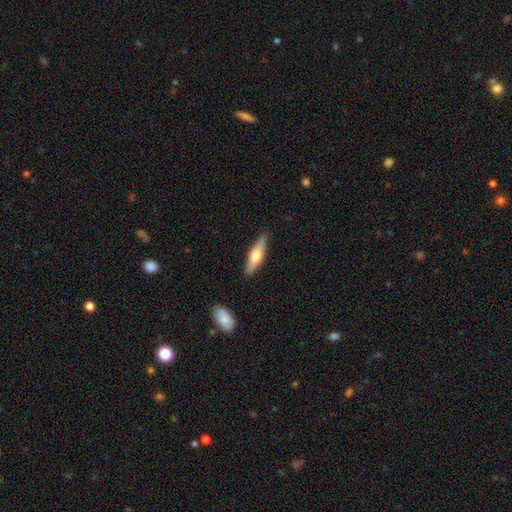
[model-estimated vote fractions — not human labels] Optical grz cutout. It shows a smooth galaxy with no disk features (52%) that is cigar-shaped (63%). Merging: none (86%).